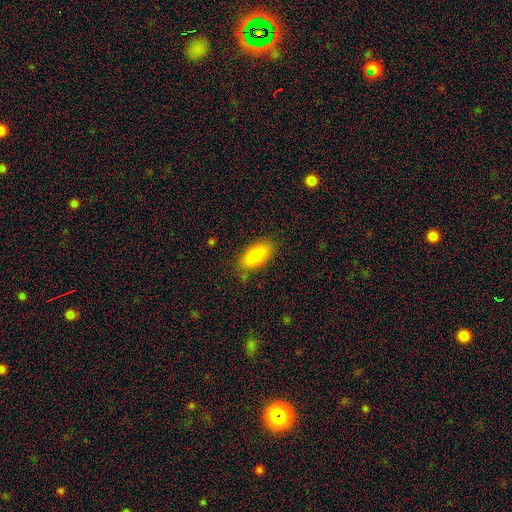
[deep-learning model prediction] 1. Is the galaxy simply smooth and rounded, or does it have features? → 85% smooth, 8% featured or disk, 7% star or artifact.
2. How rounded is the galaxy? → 84% in between, 14% cigar-shaped, 2% round.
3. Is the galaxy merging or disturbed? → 81% none, 14% minor disturbance, 4% major disturbance, 2% merger.